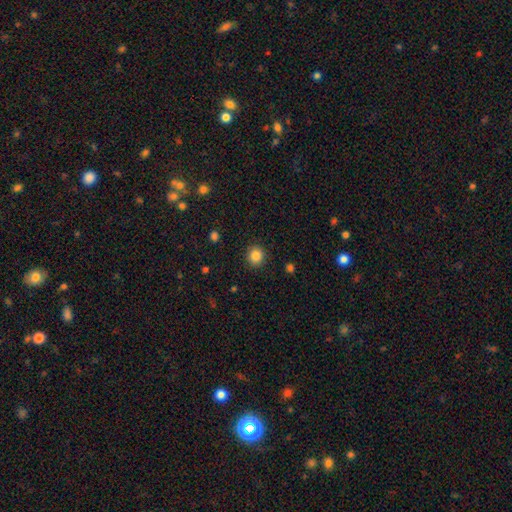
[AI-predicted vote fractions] smooth 85%, star or artifact 10%, featured or disk 4%. Down the decision tree: how rounded — round (90%); merging — none (91%).